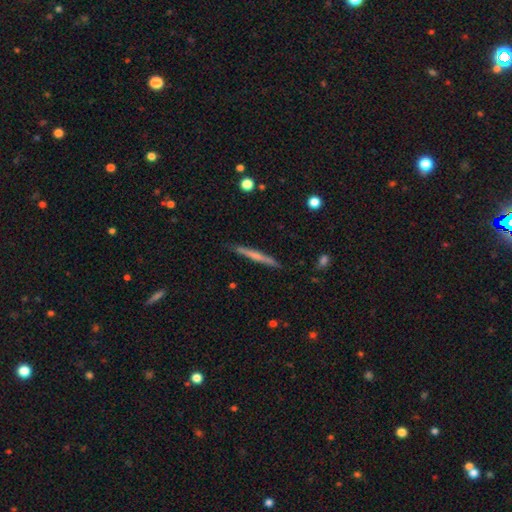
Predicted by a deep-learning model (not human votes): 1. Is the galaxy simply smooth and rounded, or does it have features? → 49% featured or disk, 45% smooth, 6% star or artifact.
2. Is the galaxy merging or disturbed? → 88% none, 9% minor disturbance, 2% major disturbance, 1% merger.